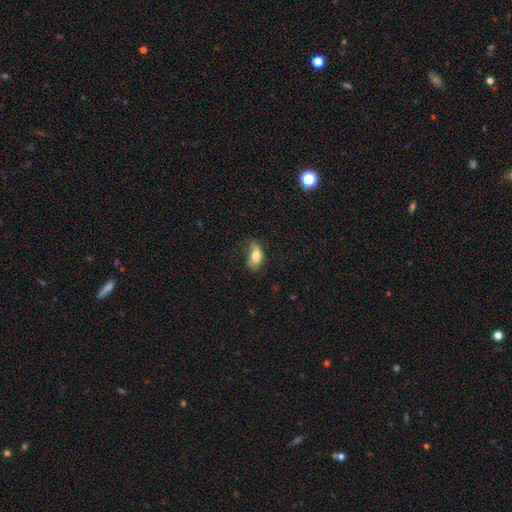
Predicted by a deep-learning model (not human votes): Smooth or featured: smooth — 79% (featured or disk — 13%)
How rounded: in between — 89% (round — 6%)
Merging: none — 56% (minor disturbance — 31%)